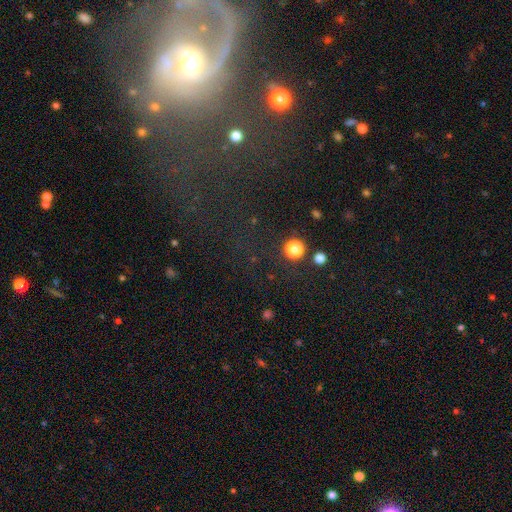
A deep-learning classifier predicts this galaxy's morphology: smooth_or_featured: featured or disk (p=0.49) [alt: star or artifact p=0.31]
merging: none (p=0.41) [alt: major disturbance p=0.31]